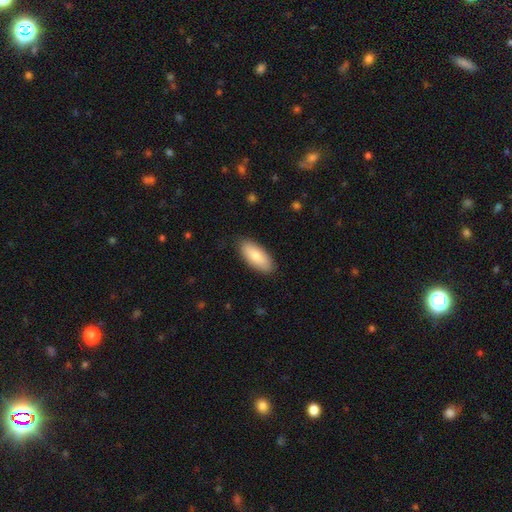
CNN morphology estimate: Smooth or featured? Predicted: smooth (p=0.76). How rounded? Predicted: in between (p=0.84). Merging? Predicted: none (p=0.86).